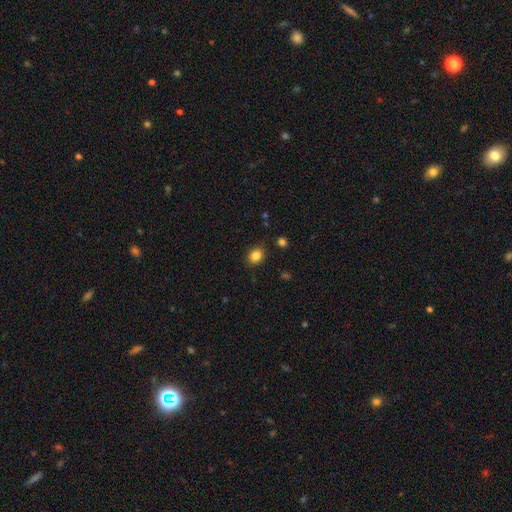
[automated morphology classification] This appears to be a smooth galaxy with no disk features (85%) that is round (60%). Merging: none (87%).